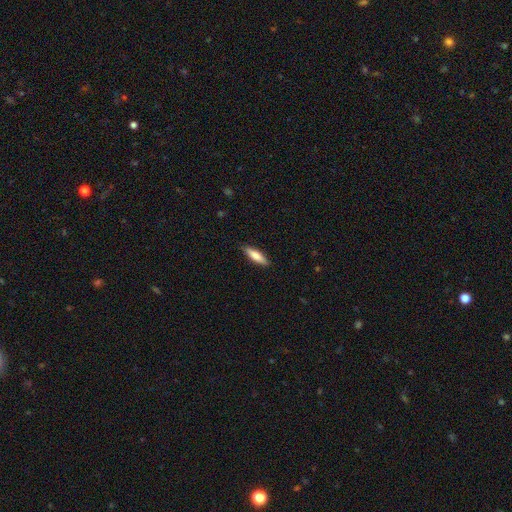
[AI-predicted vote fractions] A smooth galaxy with no disk features (74%) that is cigar-shaped (65%). Merging: none (88%).